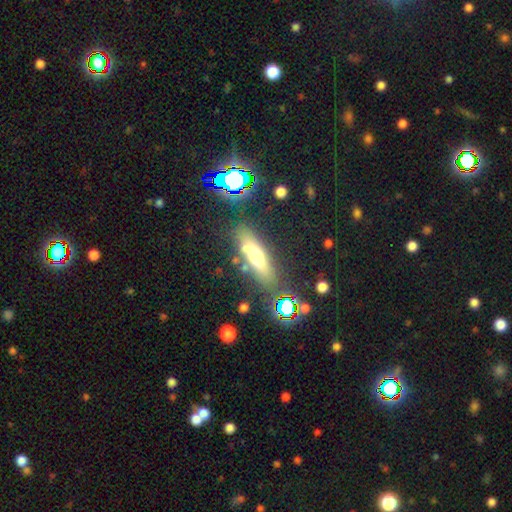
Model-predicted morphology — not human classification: Smooth or featured? Predicted: smooth (p=0.55). How rounded? Predicted: cigar-shaped (p=0.54). Merging? Predicted: none (p=0.73).